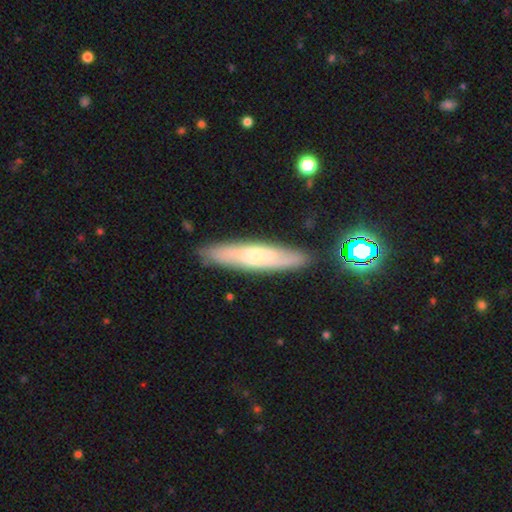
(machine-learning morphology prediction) smooth_or_featured: featured or disk (p=0.48) [alt: smooth p=0.44]
merging: none (p=0.85) [alt: minor disturbance p=0.10]